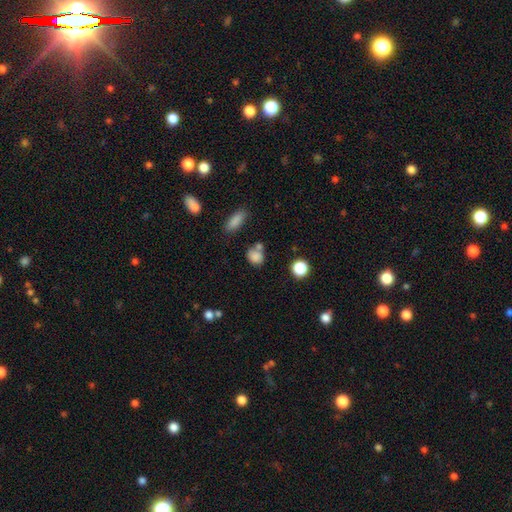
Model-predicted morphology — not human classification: Smooth or featured? smooth (81%)
How rounded? round (59%)
Merging? none (54%)